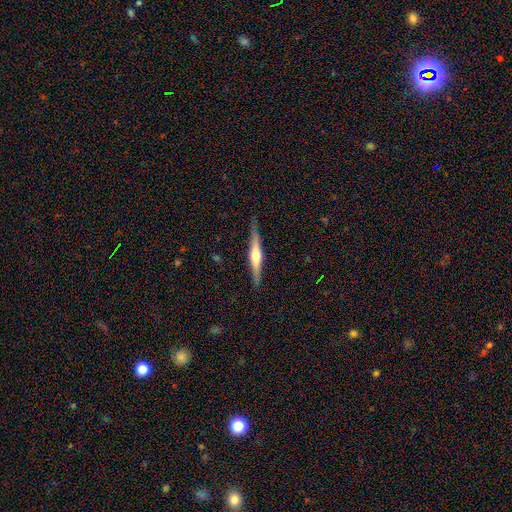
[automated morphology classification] Smooth or featured? Predicted: featured or disk (p=0.71). Edge-on disk? Predicted: yes (p=0.98). Edge-on bulge? Predicted: rounded (p=0.81). Merging? Predicted: none (p=0.87).